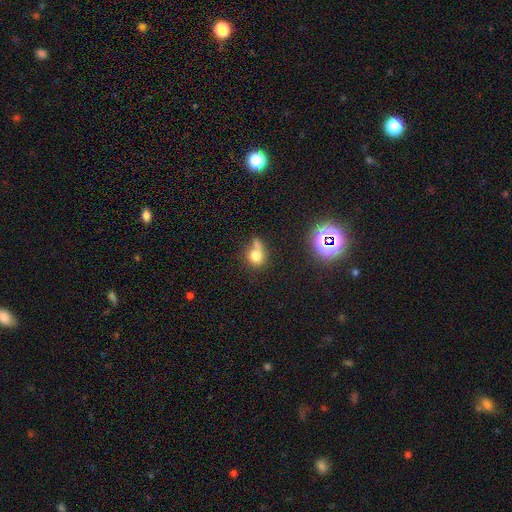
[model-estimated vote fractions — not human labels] A smooth galaxy with no disk features (73%) that is round (73%).

Vote fractions:
- Smooth or featured? smooth: 73% / star or artifact: 14% / featured or disk: 13%
- How rounded? round: 73% / in between: 26% / cigar-shaped: 2%
- Merging? none: 41% / merger: 33% / minor disturbance: 16% / major disturbance: 10%